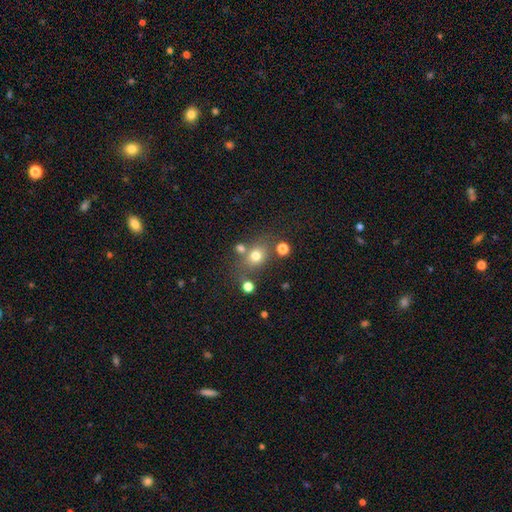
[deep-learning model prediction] Smooth or featured: smooth — 72% (star or artifact — 16%)
How rounded: round — 62% (in between — 36%)
Merging: none — 66% (merger — 15%)